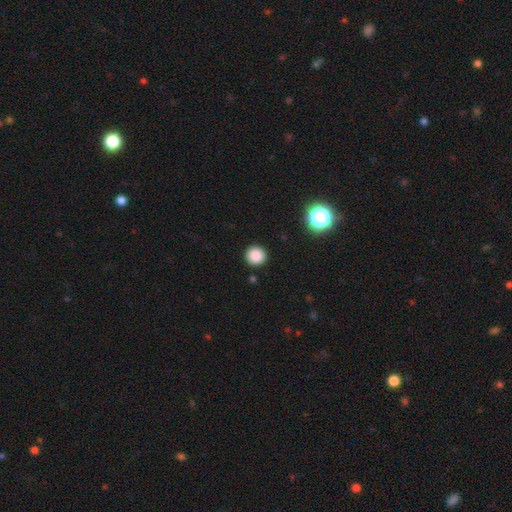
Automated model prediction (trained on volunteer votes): Smooth or featured: smooth — 86% (star or artifact — 11%)
How rounded: round — 95% (in between — 4%)
Merging: none — 92% (minor disturbance — 5%)